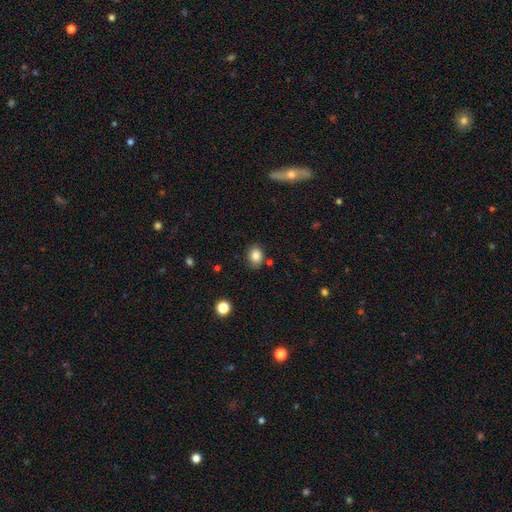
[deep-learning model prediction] Q: Smooth or featured?
A: smooth (83%); runner-up: star or artifact (10%)
Q: How rounded?
A: round (53%); runner-up: in between (46%)
Q: Merging?
A: none (78%); runner-up: minor disturbance (15%)